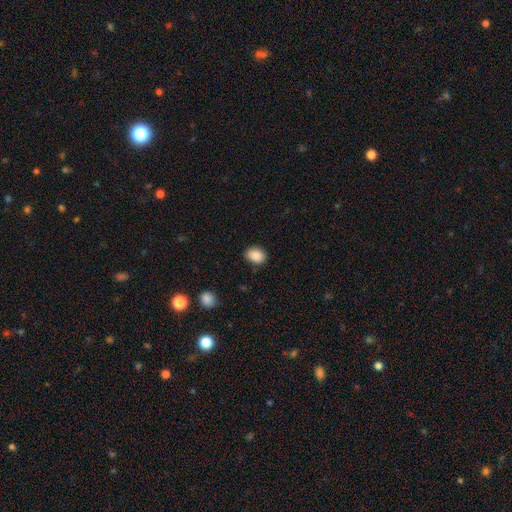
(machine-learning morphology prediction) A smooth galaxy with no disk features (88%) that is in between round and cigar-shaped (58%).

Vote fractions:
- Smooth or featured? smooth: 88% / star or artifact: 9% / featured or disk: 3%
- How rounded? in between: 58% / round: 41% / cigar-shaped: 1%
- Merging? none: 86% / minor disturbance: 10% / major disturbance: 2% / merger: 1%